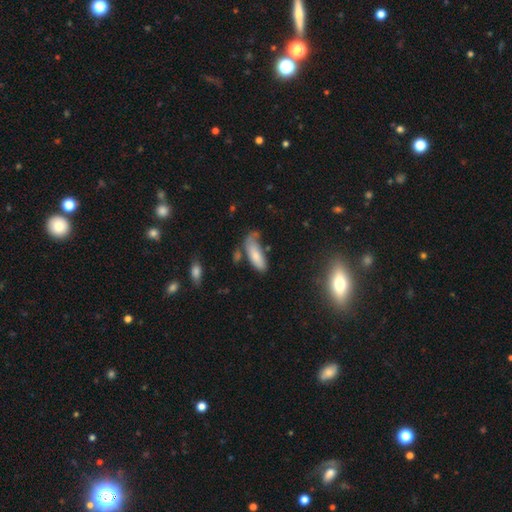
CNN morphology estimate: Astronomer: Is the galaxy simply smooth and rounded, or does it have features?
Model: smooth — 76%.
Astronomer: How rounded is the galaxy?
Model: in between — 69%.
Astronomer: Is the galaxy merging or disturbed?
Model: none — 42% (runner-up: minor disturbance, 29%).